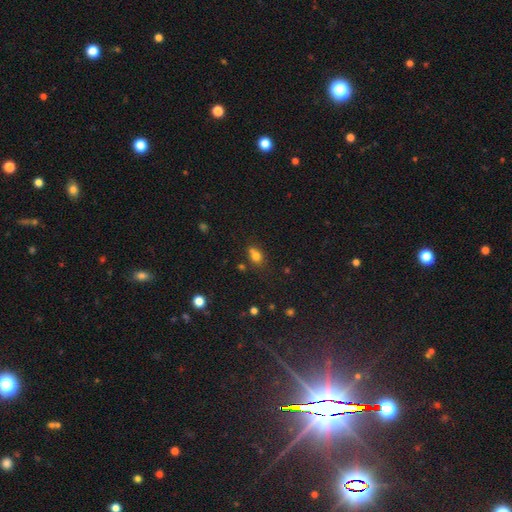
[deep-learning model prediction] smooth-or-featured: smooth: 75% | star or artifact: 15% | featured or disk: 10%
  how-rounded: in between: 56% | round: 42% | cigar-shaped: 2%
  merging: none: 53% | merger: 23% | minor disturbance: 18% | major disturbance: 6%